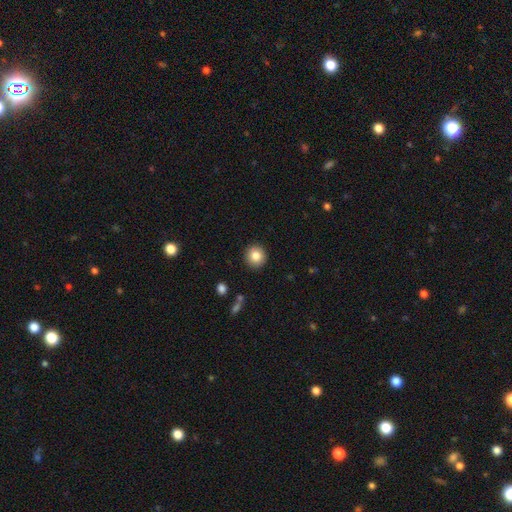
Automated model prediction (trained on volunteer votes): A smooth galaxy with no disk features (84%) that is round (91%).

Vote fractions:
- Smooth or featured? smooth: 84% / star or artifact: 9% / featured or disk: 7%
- How rounded? round: 91% / in between: 8% / cigar-shaped: 1%
- Merging? none: 91% / minor disturbance: 6% / major disturbance: 2% / merger: 1%